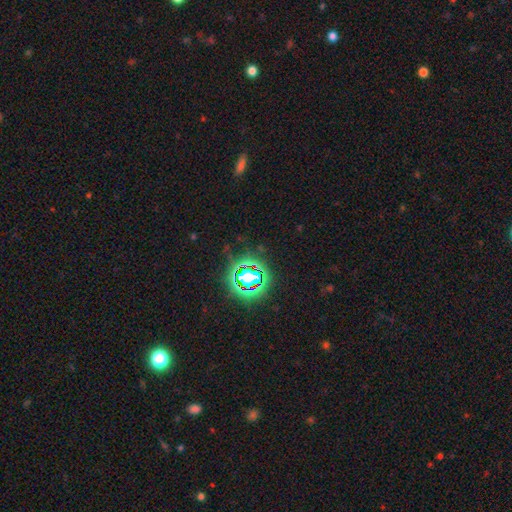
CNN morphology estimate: The model was most divided on "smooth or featured": star or artifact: 81%, smooth: 13%, featured or disk: 7%.